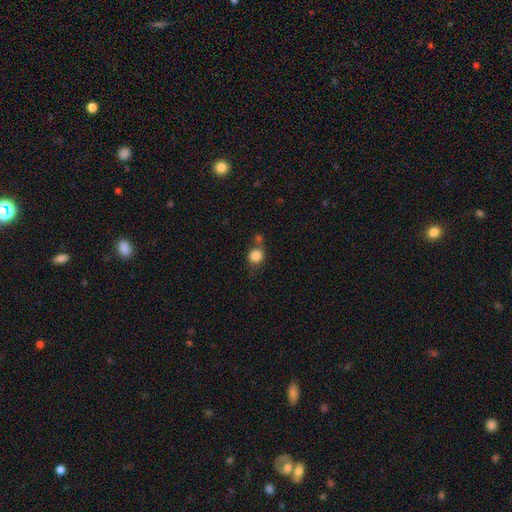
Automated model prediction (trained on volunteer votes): Smooth or featured: smooth — 83% (star or artifact — 10%)
How rounded: round — 80% (in between — 19%)
Merging: none — 52% (merger — 23%)